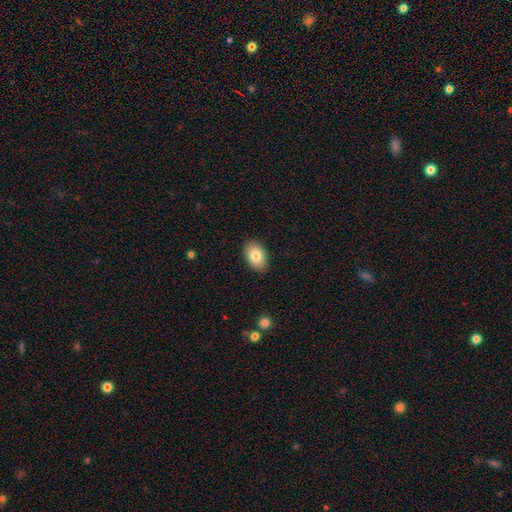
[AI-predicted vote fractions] smooth_or_featured: smooth (p=0.83) [alt: featured or disk p=0.10]
how_rounded: in between (p=0.89) [alt: round p=0.10]
merging: none (p=0.89) [alt: minor disturbance p=0.08]